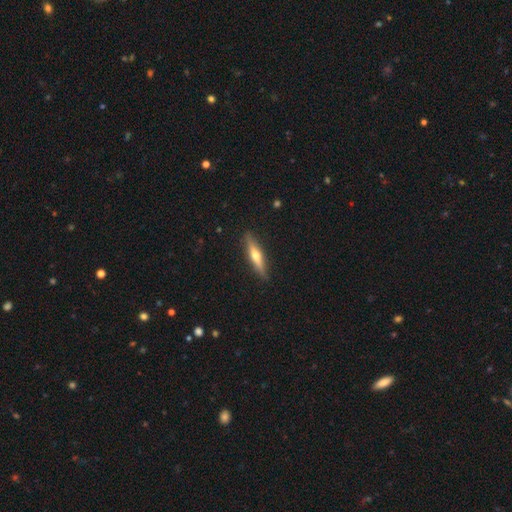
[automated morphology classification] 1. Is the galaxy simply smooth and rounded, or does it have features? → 55% featured or disk, 39% smooth, 6% star or artifact.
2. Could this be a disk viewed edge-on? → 94% yes, 6% no.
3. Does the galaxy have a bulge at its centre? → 90% rounded, 7% none, 3% boxy.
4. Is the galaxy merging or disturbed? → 90% none, 8% minor disturbance, 2% major disturbance, 1% merger.